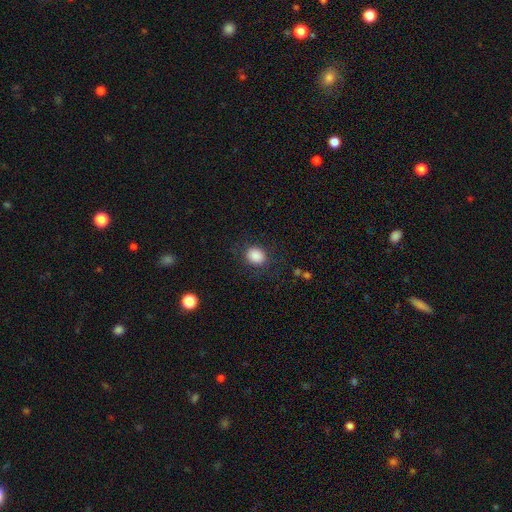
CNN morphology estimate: smooth-or-featured: smooth: 87% | star or artifact: 9% | featured or disk: 4%
  how-rounded: round: 65% | in between: 34% | cigar-shaped: 1%
  merging: none: 84% | minor disturbance: 10% | major disturbance: 5% | merger: 1%